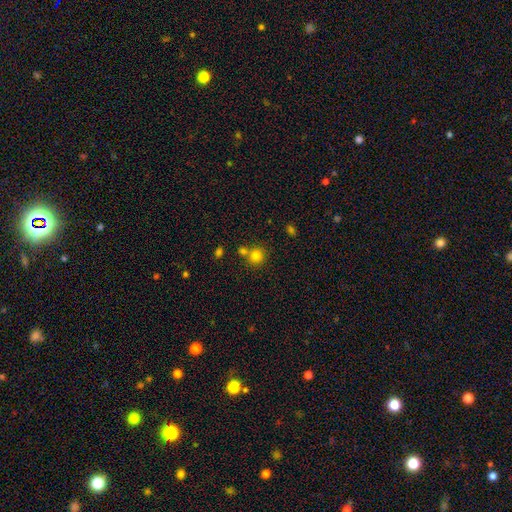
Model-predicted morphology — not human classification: The model was most divided on "merging": none: 64%, merger: 25%, minor disturbance: 8%, major disturbance: 3%. More confident: how rounded — round (89%); smooth or featured — smooth (80%).